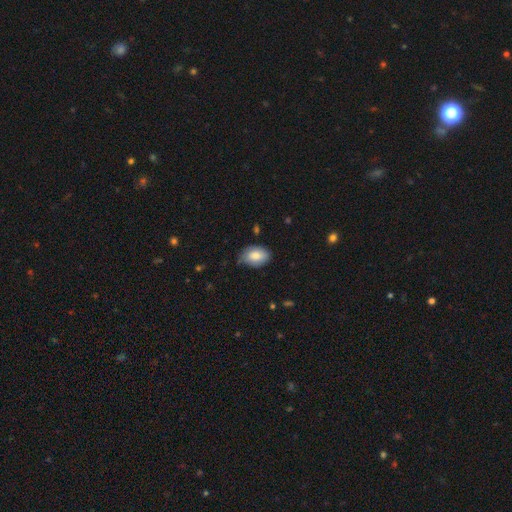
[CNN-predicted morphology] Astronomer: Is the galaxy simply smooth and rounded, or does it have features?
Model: smooth — 82%.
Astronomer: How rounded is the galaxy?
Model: in between — 88%.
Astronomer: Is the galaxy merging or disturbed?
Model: none — 71%.